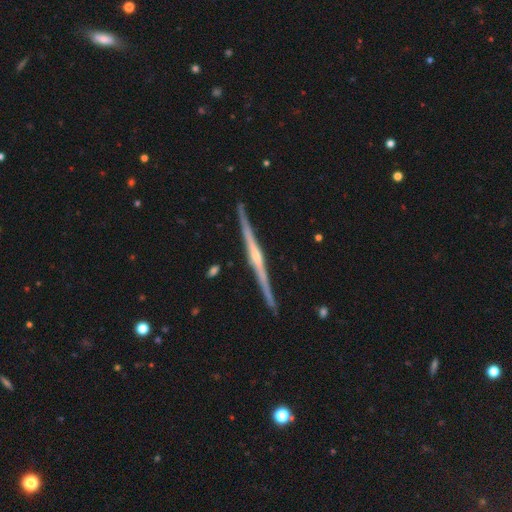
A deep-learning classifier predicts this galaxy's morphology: A featured or disk galaxy (84%) viewed edge-on (98%) with a rounded central bulge (67%).

Vote fractions:
- Smooth or featured? featured or disk: 84% / smooth: 11% / star or artifact: 5%
- Edge-on disk? yes: 98% / no: 2%
- Edge-on bulge? rounded: 67% / none: 22% / boxy: 11%
- Merging? none: 90% / minor disturbance: 7% / merger: 1% / major disturbance: 1%